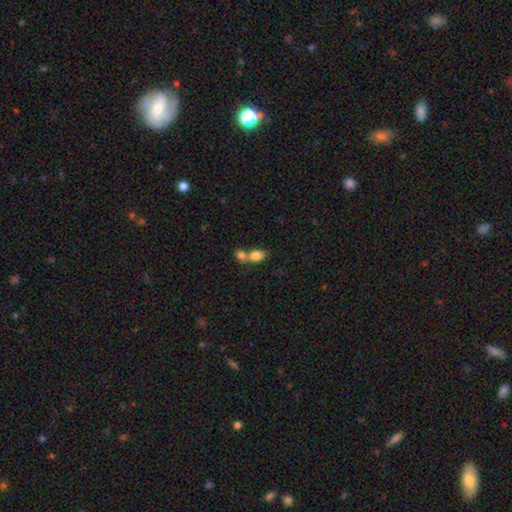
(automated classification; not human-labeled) Q: Smooth or featured?
A: smooth (82%); runner-up: featured or disk (9%)
Q: How rounded?
A: in between (70%); runner-up: round (28%)
Q: Merging?
A: merger (60%); runner-up: none (30%)